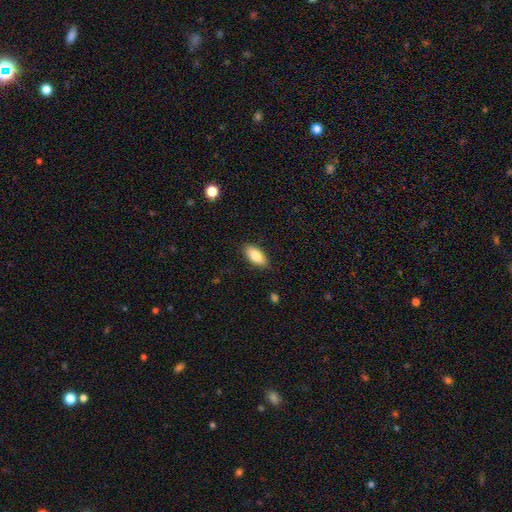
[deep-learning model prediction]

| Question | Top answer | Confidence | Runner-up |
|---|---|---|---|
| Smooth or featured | smooth | 83% | featured or disk (11%) |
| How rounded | in between | 89% | cigar-shaped (8%) |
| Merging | none | 87% | minor disturbance (10%) |